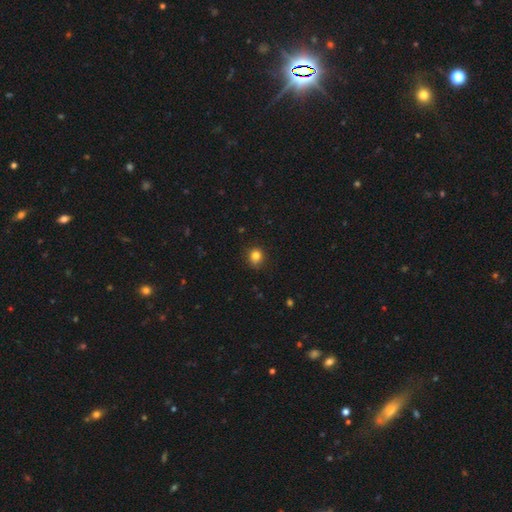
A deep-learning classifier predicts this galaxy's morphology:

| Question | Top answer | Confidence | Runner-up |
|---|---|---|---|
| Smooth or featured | smooth | 82% | star or artifact (12%) |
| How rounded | round | 76% | in between (23%) |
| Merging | none | 74% | minor disturbance (20%) |